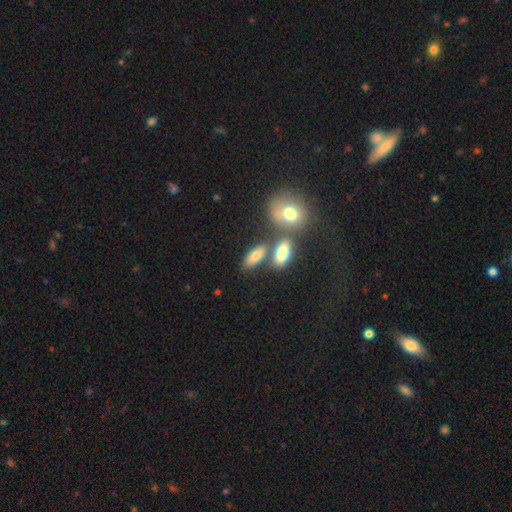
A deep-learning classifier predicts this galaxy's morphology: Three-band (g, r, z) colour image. It shows a smooth galaxy with no disk features (77%) that is in between round and cigar-shaped (79%). Merging: none (58%).